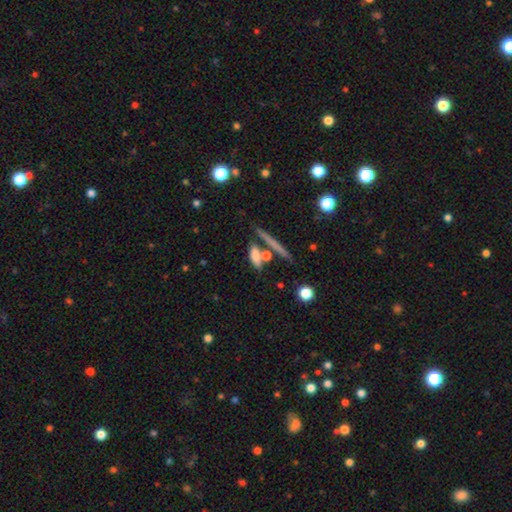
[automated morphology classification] smooth 67%, featured or disk 23%, star or artifact 9%. Down the decision tree: how rounded — cigar-shaped (52%); merging — none (54%).